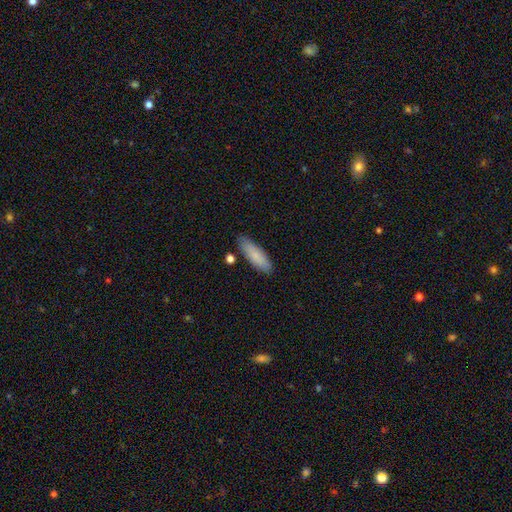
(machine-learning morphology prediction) This is clearly a smooth galaxy (84%). How rounded: possibly cigar-shaped (54%). Merging: clearly none (83%).